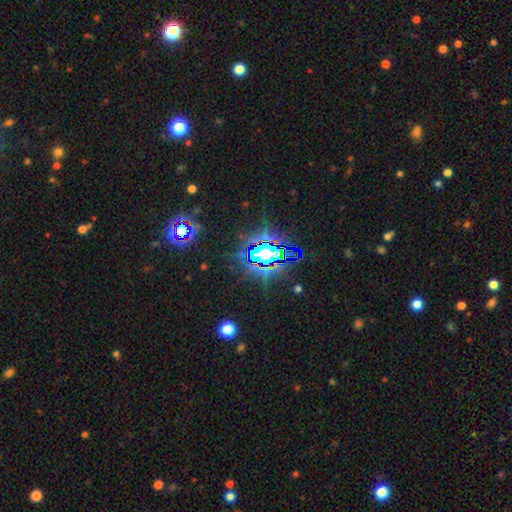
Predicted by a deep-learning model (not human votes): Smooth or featured? star or artifact (82%)